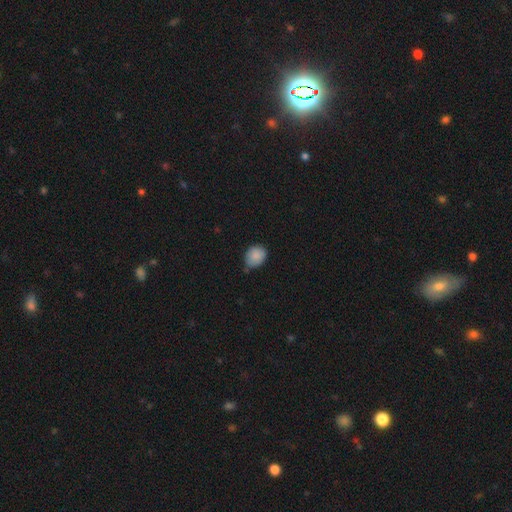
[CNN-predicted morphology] Smooth or featured: smooth — 87% (star or artifact — 8%)
How rounded: round — 53% (in between — 46%)
Merging: none — 59% (minor disturbance — 33%)